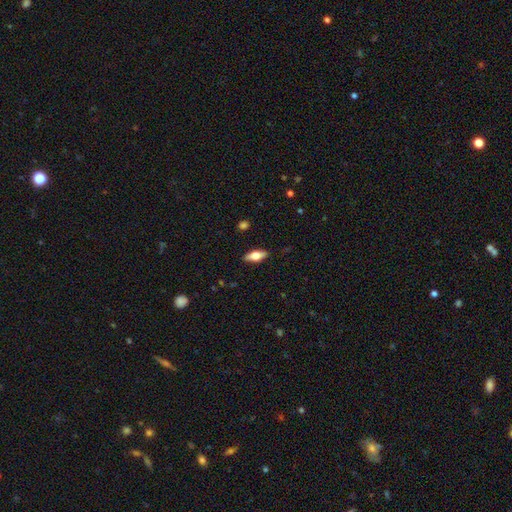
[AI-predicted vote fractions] The model was most divided on "smooth or featured": smooth: 57%, featured or disk: 36%, star or artifact: 7%. More confident: merging — none (88%); how rounded — in between (73%).